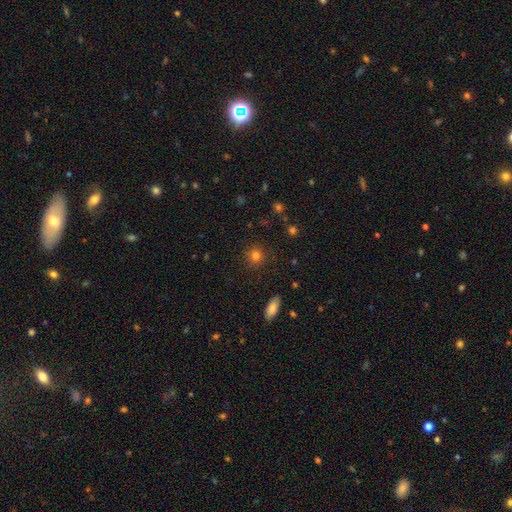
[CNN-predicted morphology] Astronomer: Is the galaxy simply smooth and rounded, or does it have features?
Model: smooth — 80%.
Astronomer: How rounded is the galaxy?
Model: round — 91%.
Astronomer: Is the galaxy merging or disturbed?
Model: none — 89%.